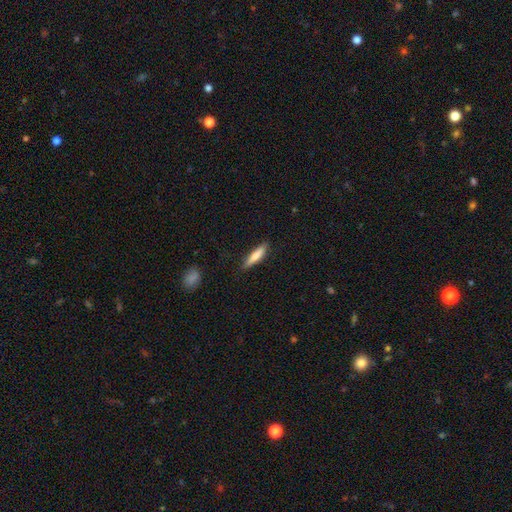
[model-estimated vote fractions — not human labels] smooth-or-featured: smooth: 75% | featured or disk: 19% | star or artifact: 6%
  how-rounded: cigar-shaped: 83% | in between: 15% | round: 1%
  merging: none: 85% | minor disturbance: 12% | major disturbance: 2% | merger: 1%